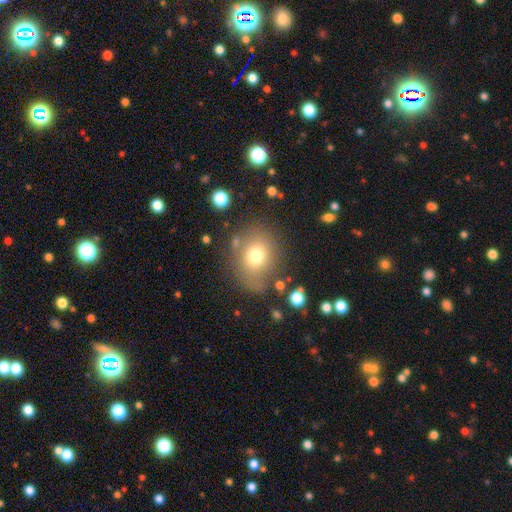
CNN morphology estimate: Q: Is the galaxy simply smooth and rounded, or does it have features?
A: smooth — 71%.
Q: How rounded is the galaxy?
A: round — 62%.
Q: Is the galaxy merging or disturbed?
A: none — 71%.